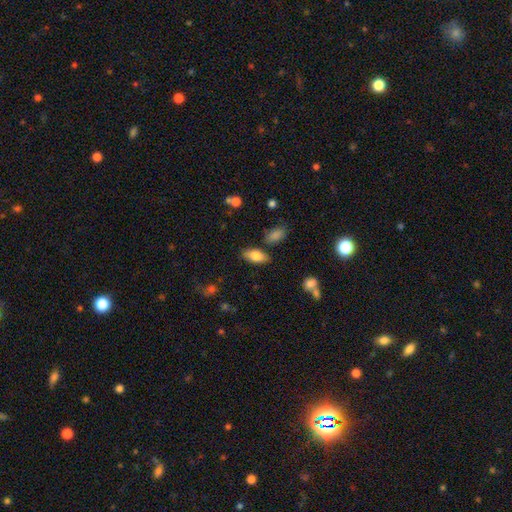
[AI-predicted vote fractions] Smooth or featured? Predicted: smooth (p=0.82). How rounded? Predicted: in between (p=0.90). Merging? Predicted: none (p=0.80).